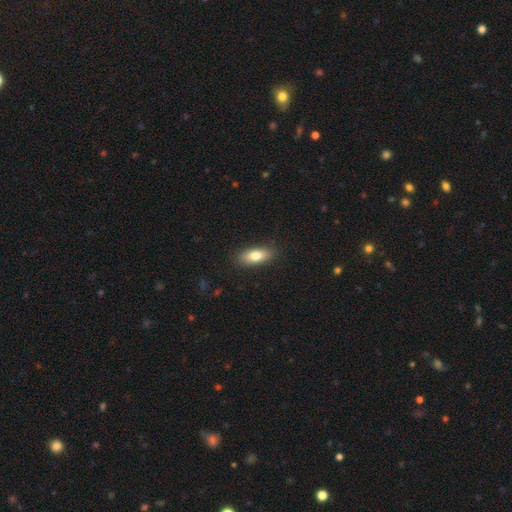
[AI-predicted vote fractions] This appears to be a smooth galaxy with no disk features (77%) that is in between round and cigar-shaped (74%). Merging: none (88%).